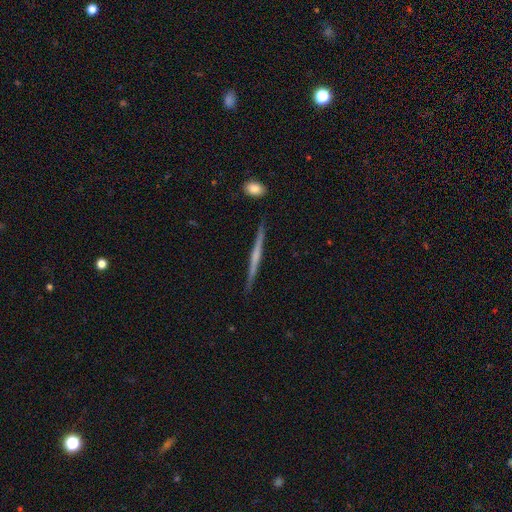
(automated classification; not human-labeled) featured or disk 62%, smooth 32%, star or artifact 6%. Down the decision tree: edge-on disk — yes (98%); edge-on bulge — none (69%); merging — none (90%).